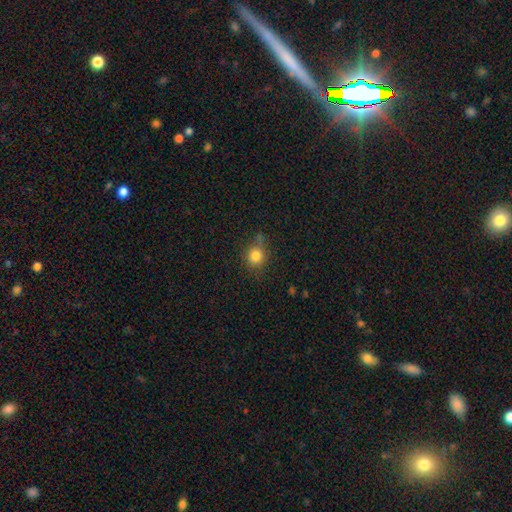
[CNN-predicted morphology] Smooth or featured? smooth (82%)
How rounded? round (79%)
Merging? none (67%)